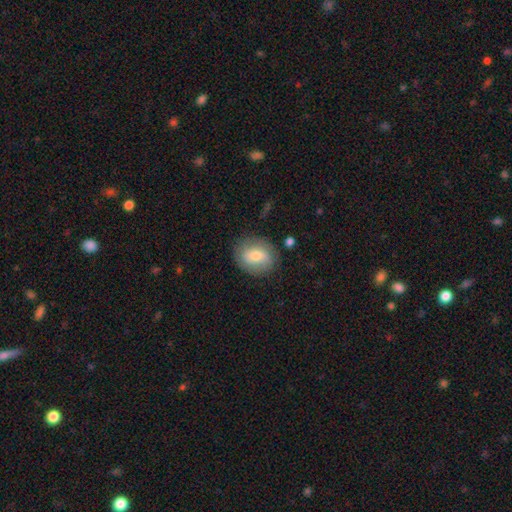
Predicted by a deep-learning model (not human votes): This is likely a smooth galaxy (68%). How rounded: possibly round (55%). Merging: clearly none (82%).